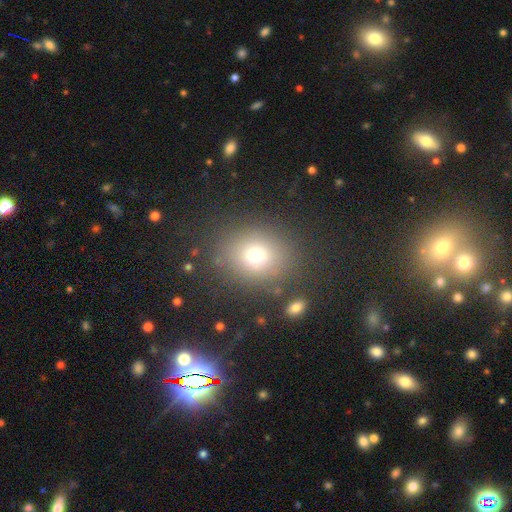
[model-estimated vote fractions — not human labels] Smooth or featured? Predicted: smooth (p=0.71). How rounded? Predicted: round (p=0.69). Merging? Predicted: none (p=0.81).